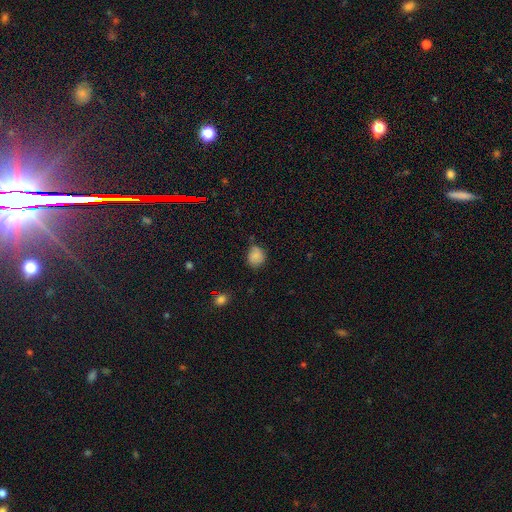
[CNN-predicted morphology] Overall: smooth (79%). How rounded: round (68%; in between 31%). Merging: none (62%; minor disturbance 30%).